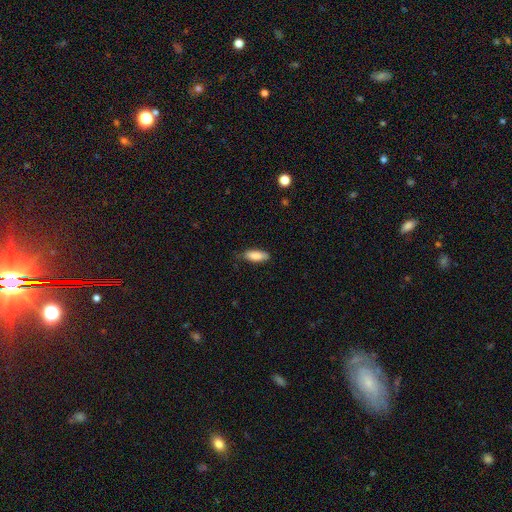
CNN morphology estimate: smooth 85%, featured or disk 9%, star or artifact 6%. Down the decision tree: how rounded — in between (70%); merging — none (72%).